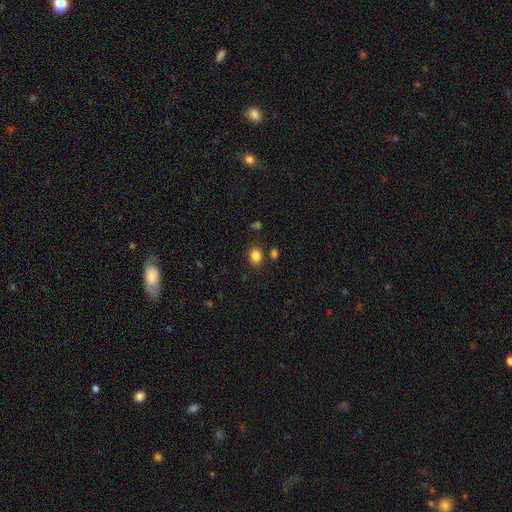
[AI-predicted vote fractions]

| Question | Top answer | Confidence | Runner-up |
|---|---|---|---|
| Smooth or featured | smooth | 84% | star or artifact (11%) |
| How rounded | in between | 62% | round (37%) |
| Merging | none | 80% | minor disturbance (11%) |